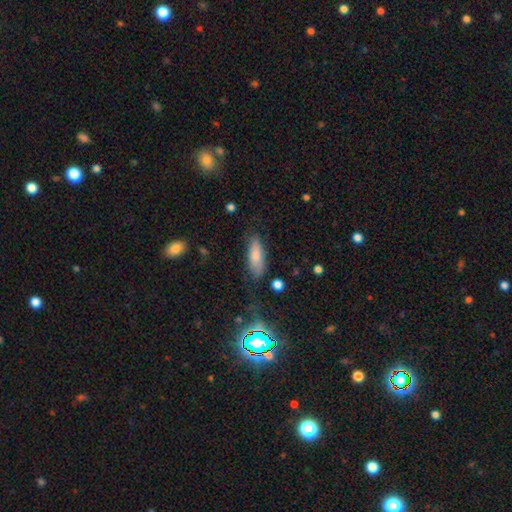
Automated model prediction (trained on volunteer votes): Smooth or featured? Predicted: smooth (p=0.77). How rounded? Predicted: in between (p=0.60). Merging? Predicted: none (p=0.75).